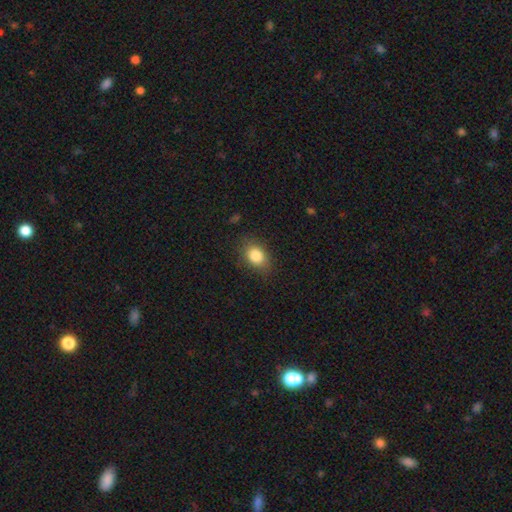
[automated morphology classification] Q: Smooth or featured?
A: smooth (84%); runner-up: star or artifact (9%)
Q: How rounded?
A: in between (72%); runner-up: round (26%)
Q: Merging?
A: none (80%); runner-up: minor disturbance (15%)